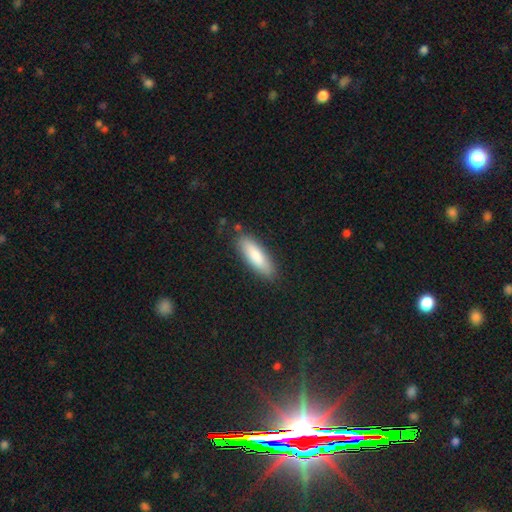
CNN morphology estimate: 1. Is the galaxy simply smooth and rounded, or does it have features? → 84% smooth, 11% featured or disk, 5% star or artifact.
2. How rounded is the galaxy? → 52% cigar-shaped, 47% in between, 1% round.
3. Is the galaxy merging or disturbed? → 84% none, 12% minor disturbance, 3% major disturbance, 2% merger.